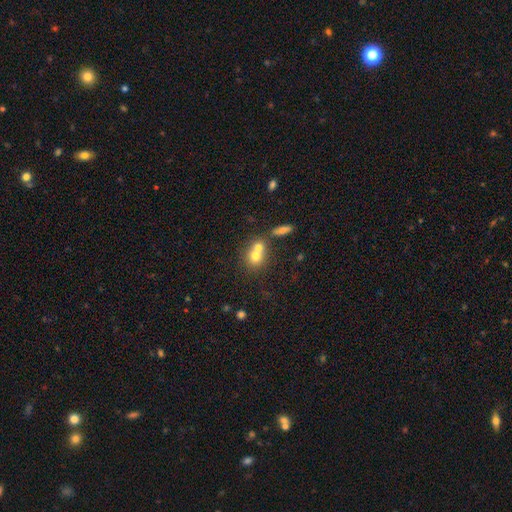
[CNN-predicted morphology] smooth 70%, featured or disk 18%, star or artifact 12%. Down the decision tree: how rounded — round (72%); merging — merger (60%).